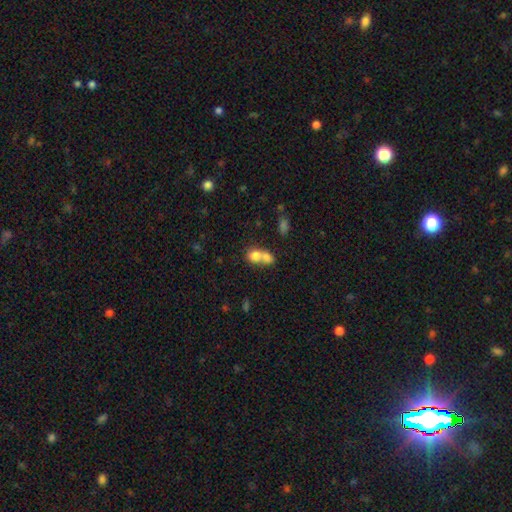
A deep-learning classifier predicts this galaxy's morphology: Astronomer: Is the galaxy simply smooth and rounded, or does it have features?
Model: smooth — 74%.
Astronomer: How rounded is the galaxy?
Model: round — 56% (runner-up: in between, 43%).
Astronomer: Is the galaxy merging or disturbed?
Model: merger — 71%.